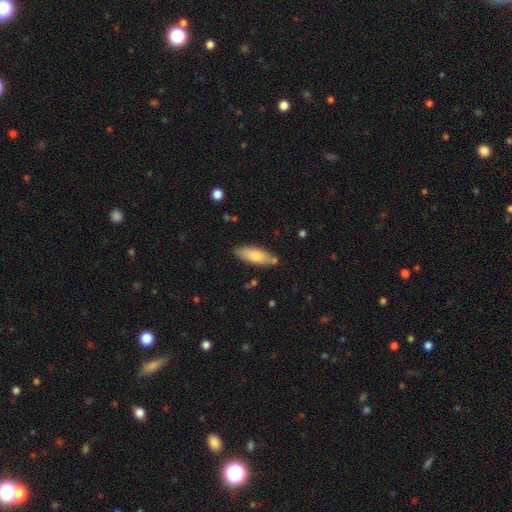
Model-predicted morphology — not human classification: smooth 74%, featured or disk 20%, star or artifact 6%. Down the decision tree: how rounded — in between (61%); merging — none (80%).